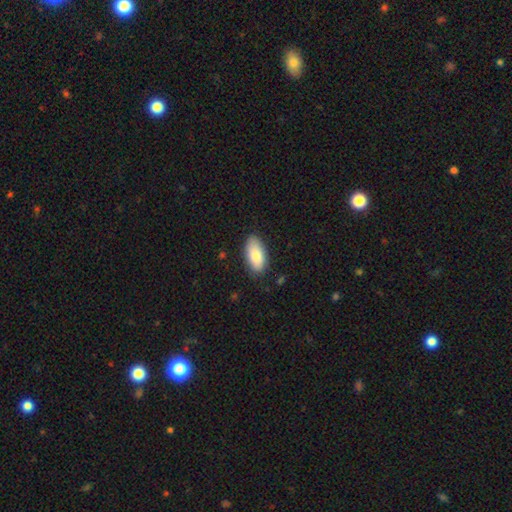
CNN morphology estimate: This is clearly a smooth galaxy (83%). How rounded: clearly in between (93%). Merging: clearly none (83%).